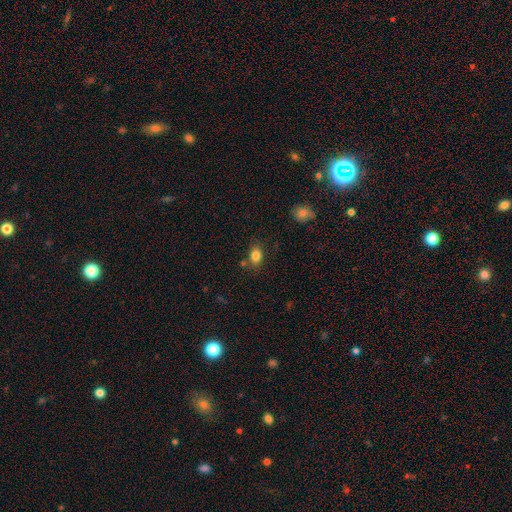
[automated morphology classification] smooth-or-featured: smooth: 84% | star or artifact: 10% | featured or disk: 6%
  how-rounded: in between: 73% | round: 26% | cigar-shaped: 1%
  merging: none: 76% | minor disturbance: 13% | merger: 7% | major disturbance: 4%